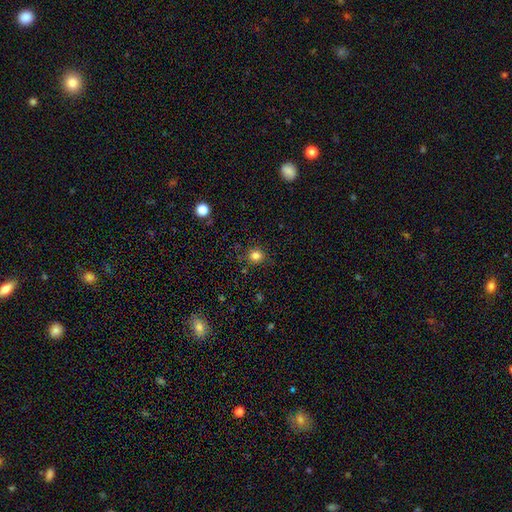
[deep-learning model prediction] A smooth galaxy with no disk features (81%) that is round (88%). Merging: none (86%).